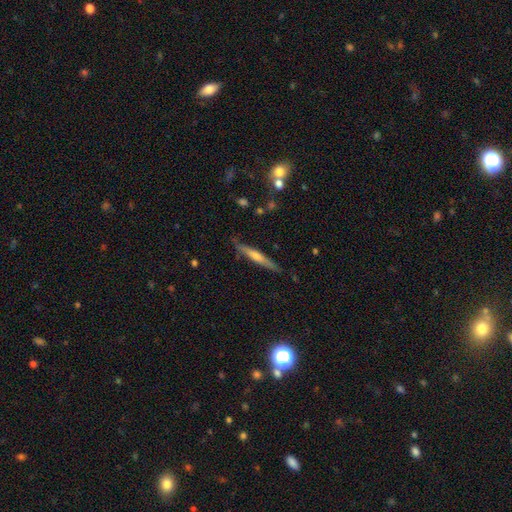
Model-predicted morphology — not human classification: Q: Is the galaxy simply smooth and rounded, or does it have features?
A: featured or disk — 63%.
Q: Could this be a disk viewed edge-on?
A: yes — 96%.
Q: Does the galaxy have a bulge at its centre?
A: rounded — 66%.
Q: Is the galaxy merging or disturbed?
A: none — 86%.